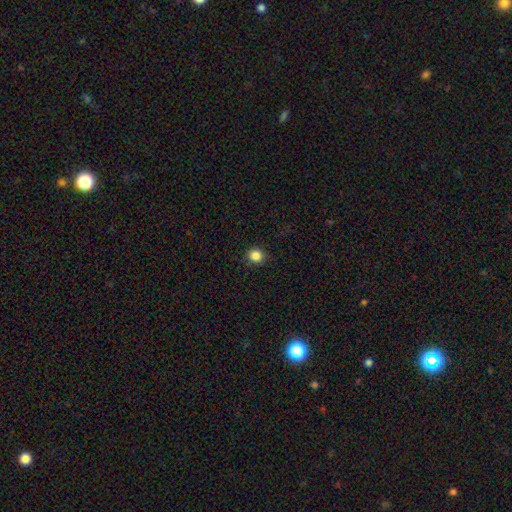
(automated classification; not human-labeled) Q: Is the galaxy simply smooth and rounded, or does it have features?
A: smooth — 85%.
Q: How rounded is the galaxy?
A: round — 84%.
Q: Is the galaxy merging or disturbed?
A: none — 91%.